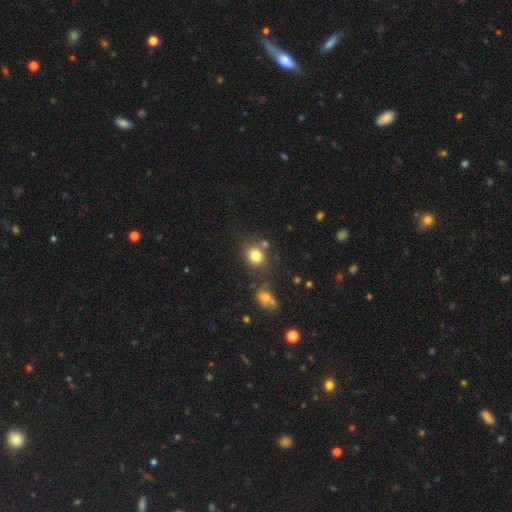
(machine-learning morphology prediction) The model was most divided on "how rounded": round: 75%, in between: 24%, cigar-shaped: 1%. More confident: smooth or featured — smooth (80%); merging — none (70%).